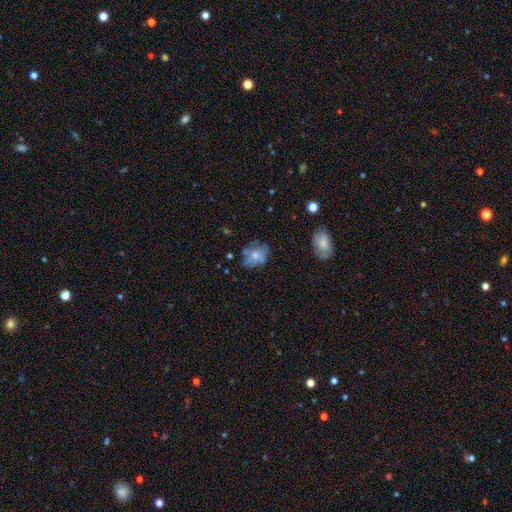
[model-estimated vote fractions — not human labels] Q: Smooth or featured?
A: smooth (56%); runner-up: featured or disk (34%)
Q: How rounded?
A: in between (66%); runner-up: round (33%)
Q: Merging?
A: none (56%); runner-up: minor disturbance (26%)